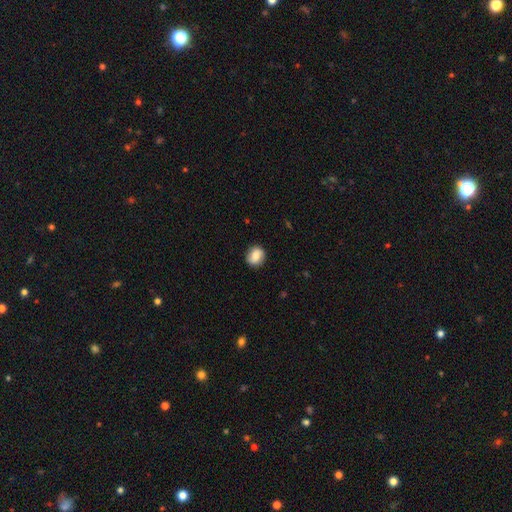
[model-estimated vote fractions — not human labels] This appears to be a smooth galaxy with no disk features (73%) that is round (67%). Merging: none (86%).